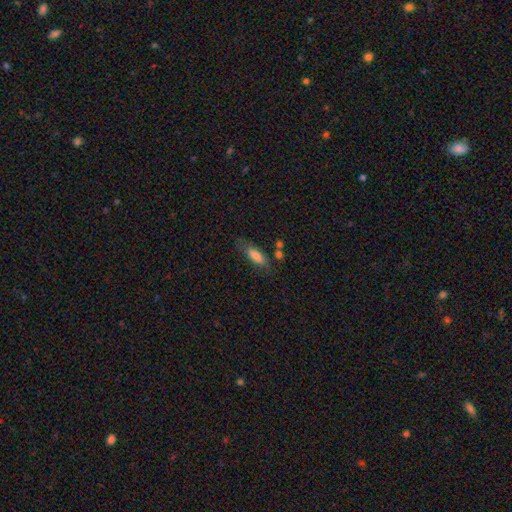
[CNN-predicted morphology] Q: Smooth or featured?
A: smooth (78%); runner-up: featured or disk (15%)
Q: How rounded?
A: in between (63%); runner-up: cigar-shaped (34%)
Q: Merging?
A: none (63%); runner-up: minor disturbance (22%)